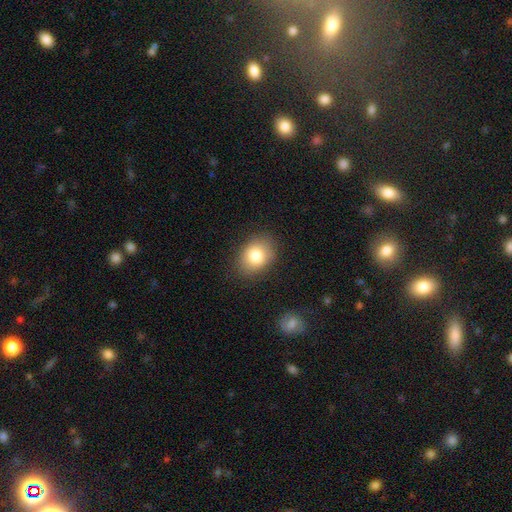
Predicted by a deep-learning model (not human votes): smooth 81%, featured or disk 10%, star or artifact 9%. Down the decision tree: how rounded — in between (62%); merging — none (83%).